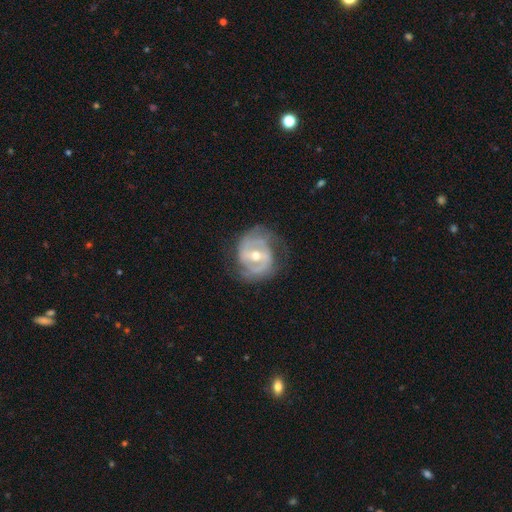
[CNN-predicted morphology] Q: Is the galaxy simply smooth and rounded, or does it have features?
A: featured or disk — 85%.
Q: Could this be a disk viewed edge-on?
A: no — 97%.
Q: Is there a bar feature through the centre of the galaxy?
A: weak — 47%.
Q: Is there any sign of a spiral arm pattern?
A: yes — 92%.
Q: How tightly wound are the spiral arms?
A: medium — 43%.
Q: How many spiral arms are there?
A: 2 — 67%.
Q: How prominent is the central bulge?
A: moderate — 67%.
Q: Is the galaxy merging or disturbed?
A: none — 69%.